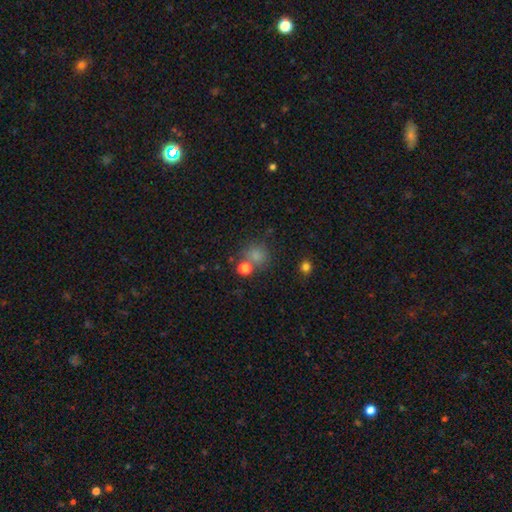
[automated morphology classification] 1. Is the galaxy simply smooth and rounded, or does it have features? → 77% smooth, 16% star or artifact, 7% featured or disk.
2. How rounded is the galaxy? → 84% round, 15% in between, 1% cigar-shaped.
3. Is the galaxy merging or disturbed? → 64% none, 18% merger, 12% minor disturbance, 6% major disturbance.